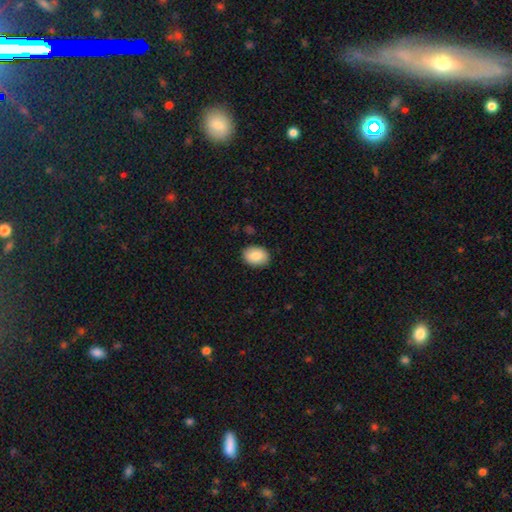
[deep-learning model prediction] Smooth or featured? Predicted: smooth (p=0.85). How rounded? Predicted: in between (p=0.74). Merging? Predicted: none (p=0.89).